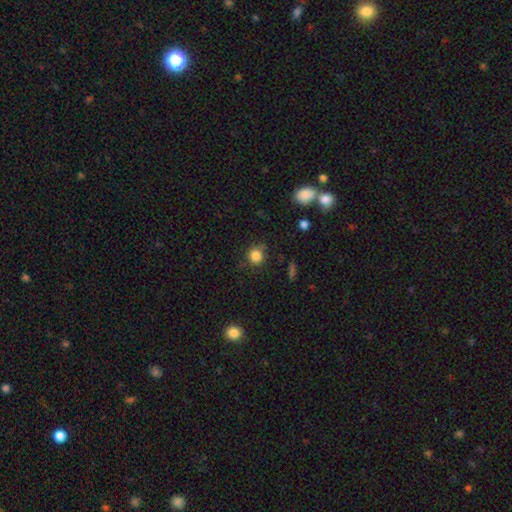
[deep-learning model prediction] smooth_or_featured: smooth (p=0.83) [alt: star or artifact p=0.12]
how_rounded: round (p=0.87) [alt: in between p=0.12]
merging: none (p=0.77) [alt: minor disturbance p=0.16]